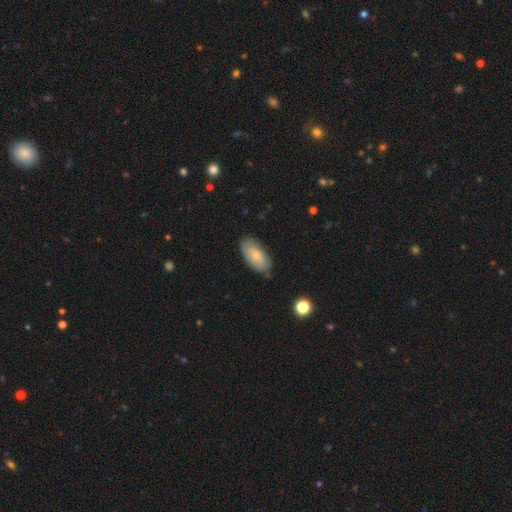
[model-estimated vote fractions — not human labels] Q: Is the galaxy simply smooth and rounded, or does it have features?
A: smooth — 73%.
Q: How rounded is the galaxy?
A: in between — 92%.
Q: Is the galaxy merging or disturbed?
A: none — 75%.